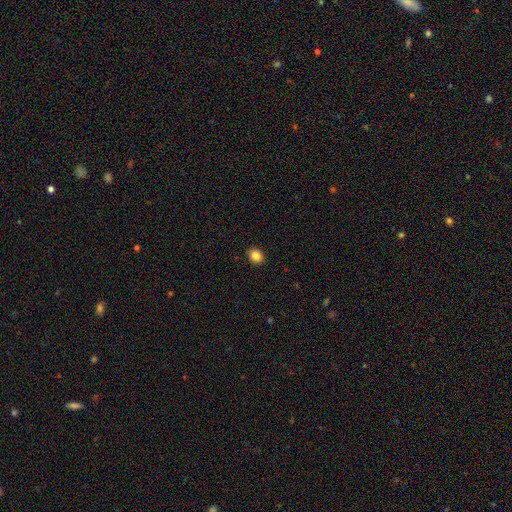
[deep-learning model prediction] A smooth galaxy with no disk features (86%) that is round (50%).

Vote fractions:
- Smooth or featured? smooth: 86% / star or artifact: 10% / featured or disk: 4%
- How rounded? round: 50% / in between: 49% / cigar-shaped: 1%
- Merging? none: 91% / minor disturbance: 6% / major disturbance: 2% / merger: 1%